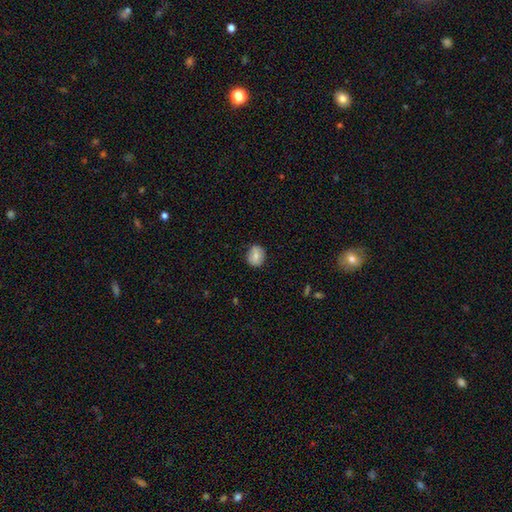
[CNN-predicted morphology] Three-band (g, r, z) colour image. It shows a smooth galaxy with no disk features (70%) that is round (67%). Merging: none (81%).